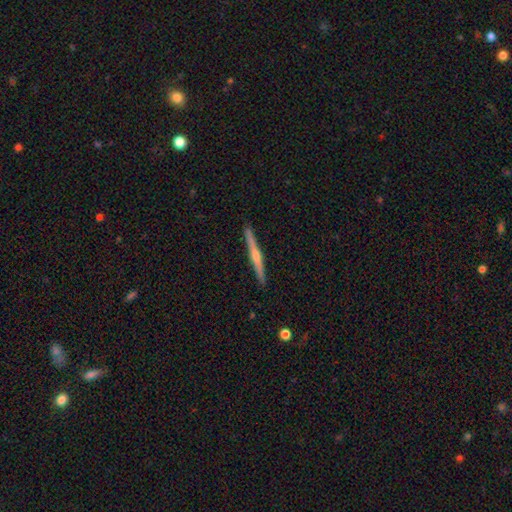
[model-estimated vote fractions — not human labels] Q: Smooth or featured?
A: featured or disk (70%); runner-up: smooth (25%)
Q: Edge-on disk?
A: yes (98%); runner-up: no (2%)
Q: Edge-on bulge?
A: rounded (78%); runner-up: none (16%)
Q: Merging?
A: none (92%); runner-up: minor disturbance (6%)